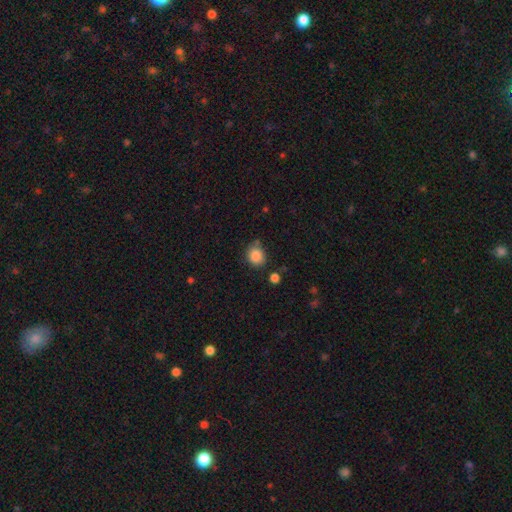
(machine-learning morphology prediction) A smooth galaxy with no disk features (86%) that is round (75%).

Vote fractions:
- Smooth or featured? smooth: 86% / star or artifact: 10% / featured or disk: 5%
- How rounded? round: 75% / in between: 24% / cigar-shaped: 1%
- Merging? none: 71% / minor disturbance: 19% / merger: 6% / major disturbance: 4%